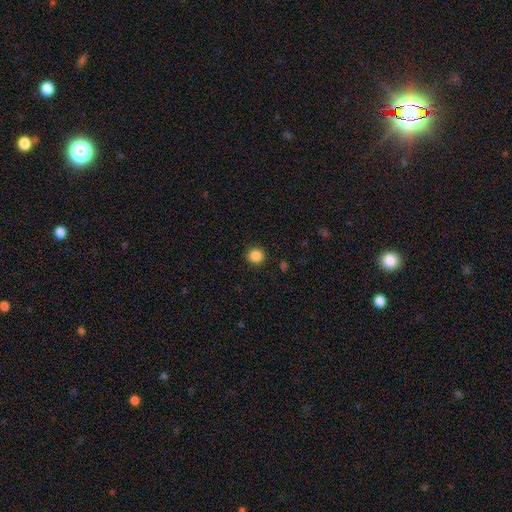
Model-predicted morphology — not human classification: smooth_or_featured: smooth (p=0.87) [alt: star or artifact p=0.10]
how_rounded: round (p=0.94) [alt: in between p=0.05]
merging: none (p=0.91) [alt: minor disturbance p=0.05]